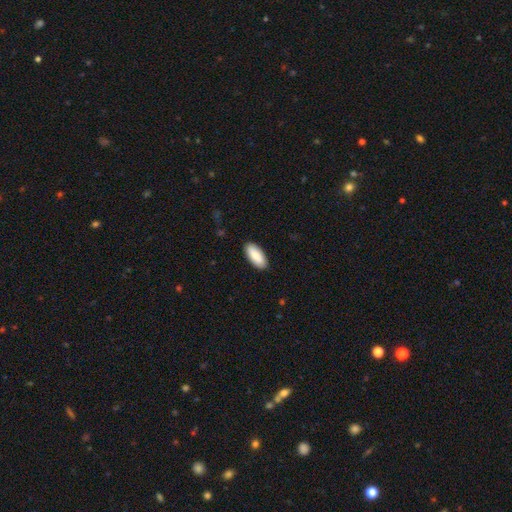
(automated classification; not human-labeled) Overall: smooth (86%). How rounded: in between (87%). Merging: none (89%).